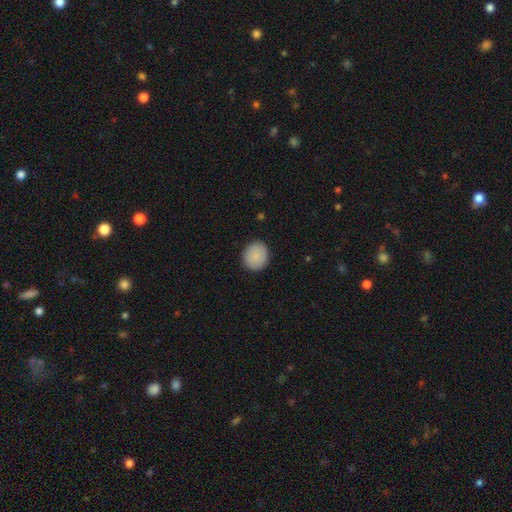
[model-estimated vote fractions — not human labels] Smooth or featured: smooth — 88% (star or artifact — 7%)
How rounded: round — 83% (in between — 16%)
Merging: none — 90% (minor disturbance — 7%)